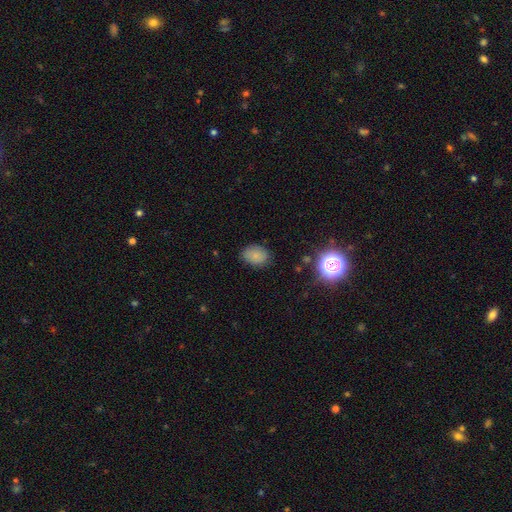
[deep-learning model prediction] Smooth or featured? smooth (79%)
How rounded? in between (66%)
Merging? none (79%)